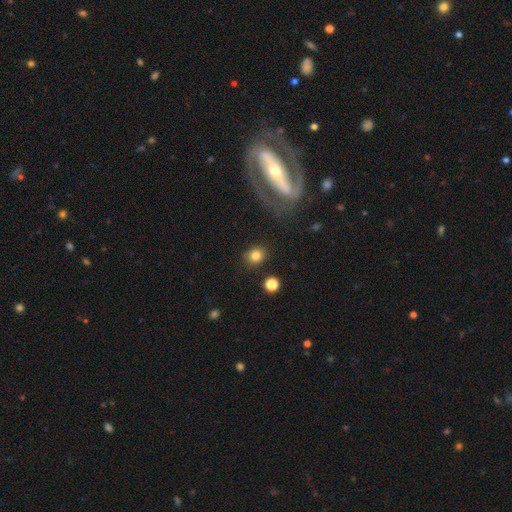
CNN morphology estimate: Smooth or featured: smooth — 81% (star or artifact — 11%)
How rounded: round — 71% (in between — 28%)
Merging: none — 86% (minor disturbance — 8%)